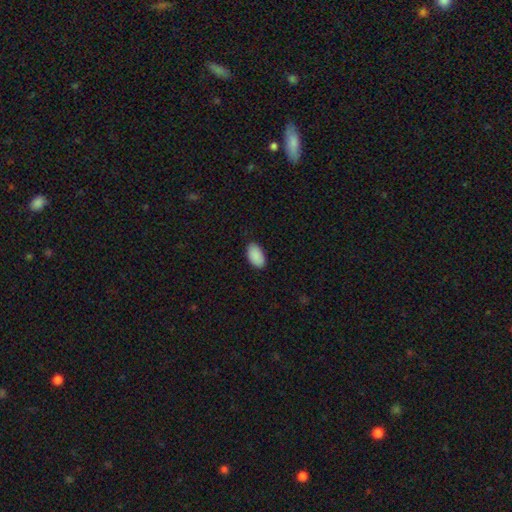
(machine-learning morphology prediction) A smooth galaxy with no disk features (91%) that is in between round and cigar-shaped (95%).

Vote fractions:
- Smooth or featured? smooth: 91% / star or artifact: 6% / featured or disk: 3%
- How rounded? in between: 95% / round: 3% / cigar-shaped: 1%
- Merging? none: 87% / minor disturbance: 10% / major disturbance: 2% / merger: 1%